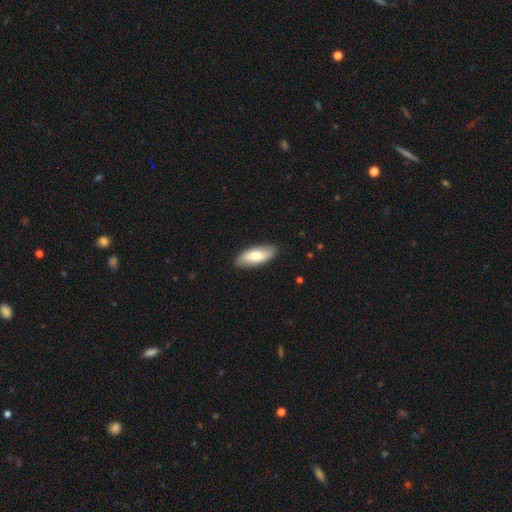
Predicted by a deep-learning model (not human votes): smooth 75%, featured or disk 19%, star or artifact 5%. Down the decision tree: how rounded — in between (78%); merging — none (87%).